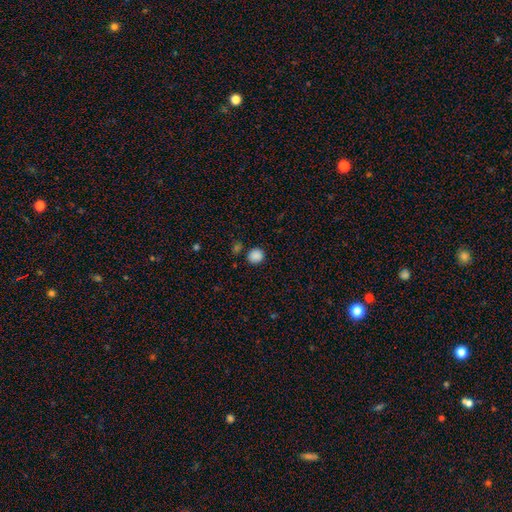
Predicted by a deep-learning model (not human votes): A smooth galaxy with no disk features (87%) that is round (86%). Merging: none (84%).